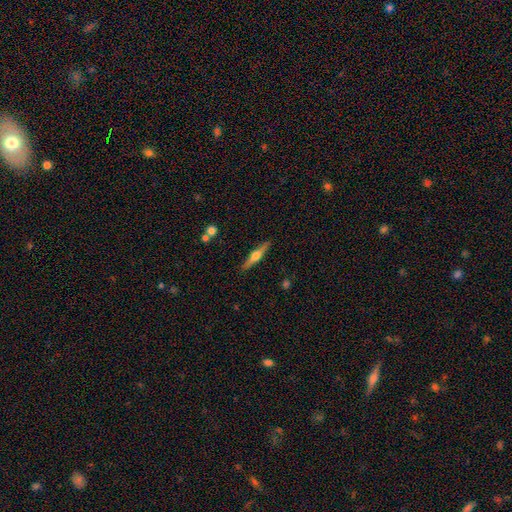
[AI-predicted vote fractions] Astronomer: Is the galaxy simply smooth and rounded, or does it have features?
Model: featured or disk — 66%.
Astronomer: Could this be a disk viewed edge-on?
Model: yes — 97%.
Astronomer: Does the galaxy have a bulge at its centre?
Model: rounded — 93%.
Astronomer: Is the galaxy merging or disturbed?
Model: none — 90%.